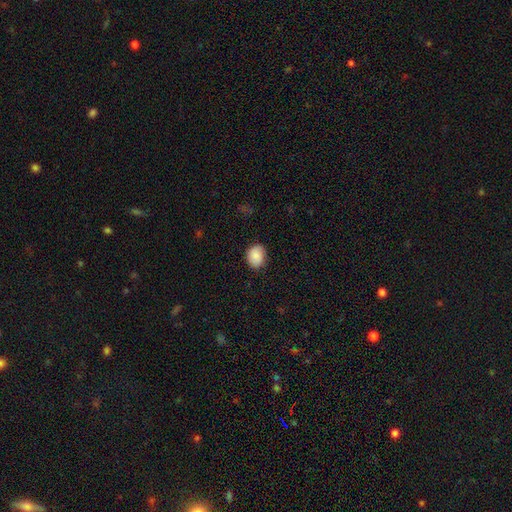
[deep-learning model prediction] A smooth galaxy with no disk features (86%) that is in between round and cigar-shaped (51%). Merging: none (82%).